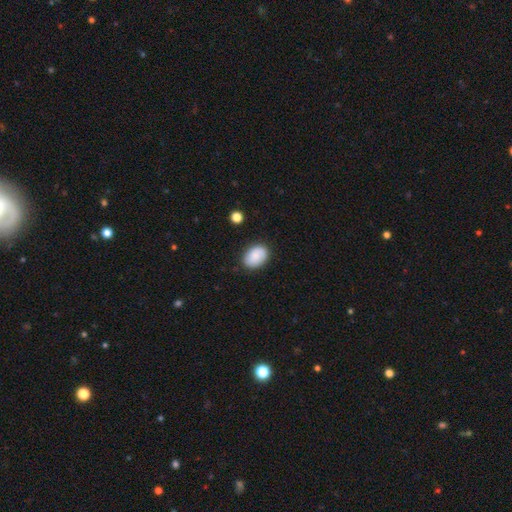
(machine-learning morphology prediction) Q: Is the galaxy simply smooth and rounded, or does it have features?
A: smooth — 84%.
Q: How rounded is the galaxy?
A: in between — 78%.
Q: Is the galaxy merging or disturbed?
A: none — 83%.